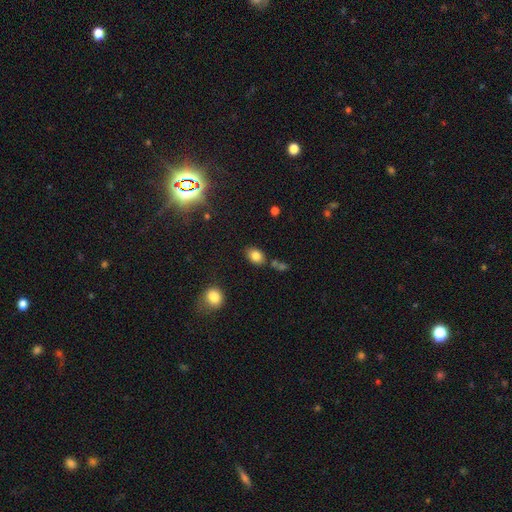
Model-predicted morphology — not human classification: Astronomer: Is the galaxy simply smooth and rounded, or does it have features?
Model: smooth — 82%.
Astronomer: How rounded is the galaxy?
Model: in between — 79%.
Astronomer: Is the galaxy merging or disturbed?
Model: none — 74%.